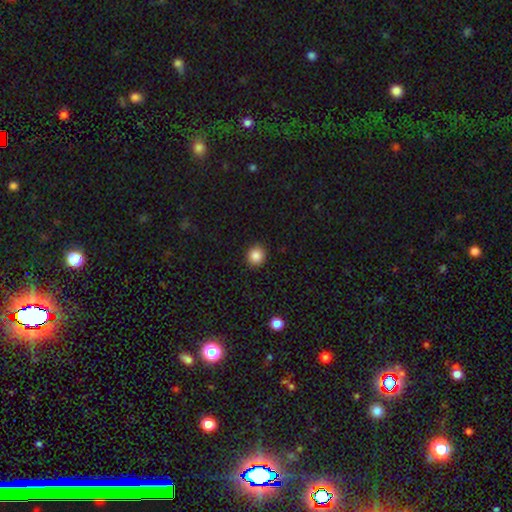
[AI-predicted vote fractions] Overall: smooth (86%). How rounded: round (86%). Merging: none (90%).